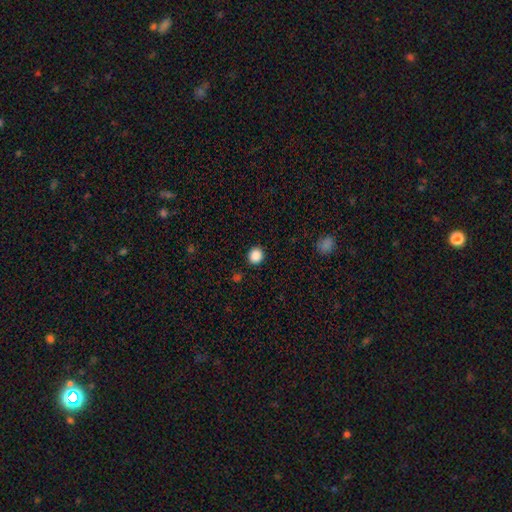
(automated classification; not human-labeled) A smooth galaxy with no disk features (88%) that is round (90%). Merging: none (91%).